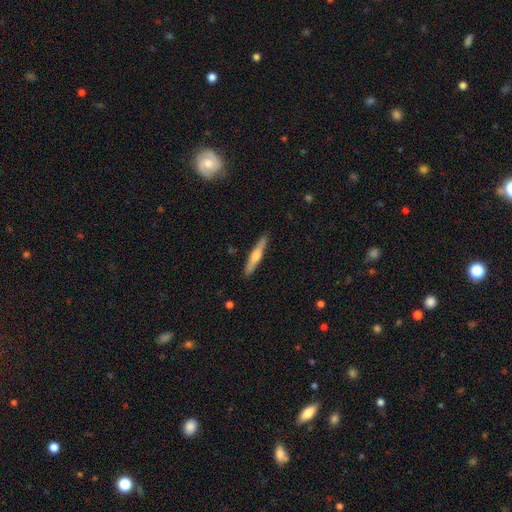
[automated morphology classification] Smooth or featured? featured or disk (49%)
Merging? none (90%)